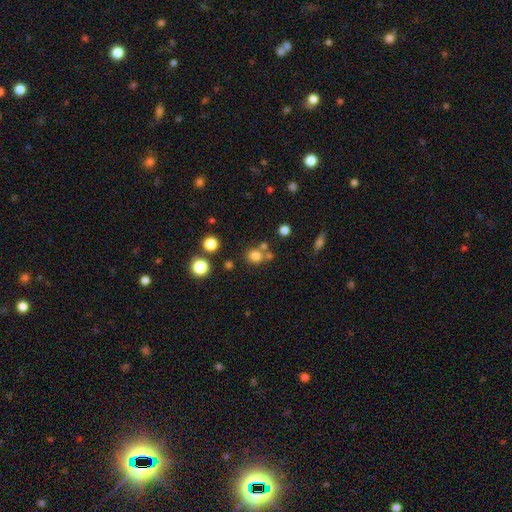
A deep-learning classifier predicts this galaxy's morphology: type=smooth (77%); roundness=round (81%); merging=none (67%).